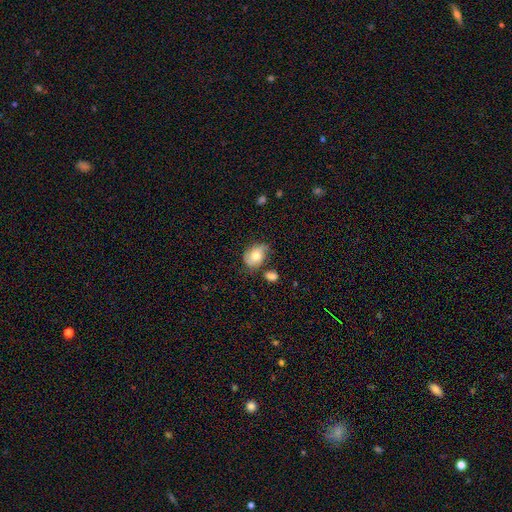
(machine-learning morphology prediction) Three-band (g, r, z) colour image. It shows a smooth galaxy with no disk features (54%) that is in between round and cigar-shaped (69%). Merging: none (52%).